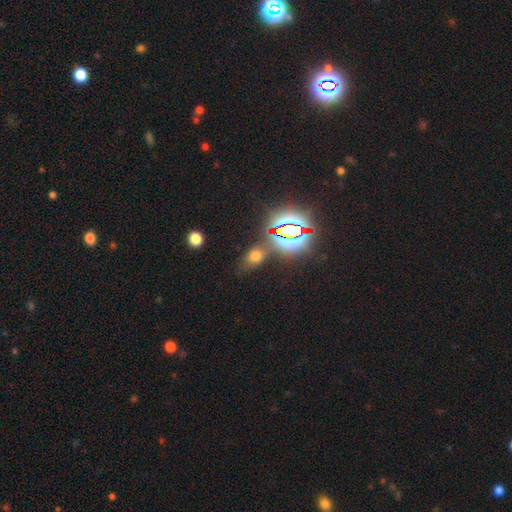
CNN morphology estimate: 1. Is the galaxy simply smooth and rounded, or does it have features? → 55% smooth, 36% star or artifact, 9% featured or disk.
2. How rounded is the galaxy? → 69% in between, 28% round, 3% cigar-shaped.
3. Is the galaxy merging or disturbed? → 68% none, 15% minor disturbance, 10% merger, 7% major disturbance.